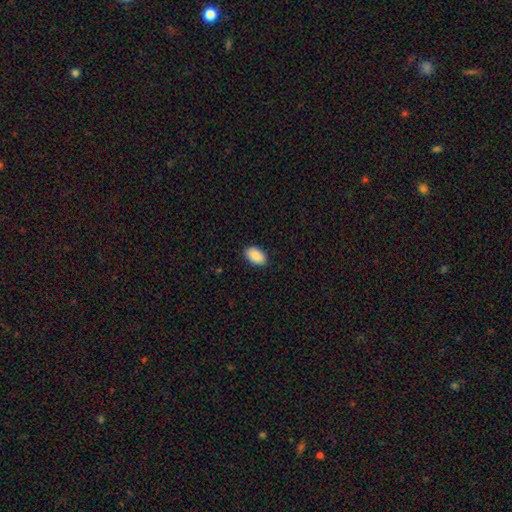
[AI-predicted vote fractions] A smooth galaxy with no disk features (90%) that is in between round and cigar-shaped (94%).

Vote fractions:
- Smooth or featured? smooth: 90% / star or artifact: 6% / featured or disk: 3%
- How rounded? in between: 94% / round: 5% / cigar-shaped: 1%
- Merging? none: 90% / minor disturbance: 8% / major disturbance: 2% / merger: 1%